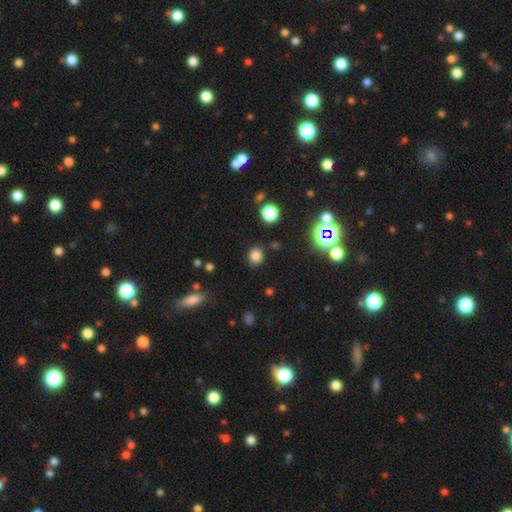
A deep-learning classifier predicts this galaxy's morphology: Smooth or featured: smooth — 77% (star or artifact — 17%)
How rounded: round — 79% (in between — 20%)
Merging: none — 81% (minor disturbance — 11%)